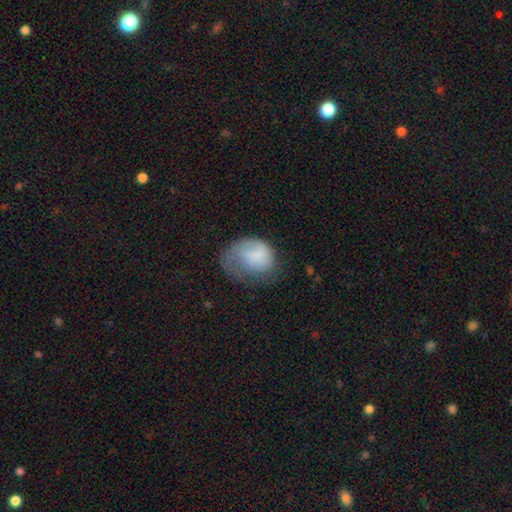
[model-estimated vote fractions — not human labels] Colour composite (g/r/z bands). It shows a smooth galaxy with no disk features (60%) that is in between round and cigar-shaped (54%). Merging: major disturbance (39%).